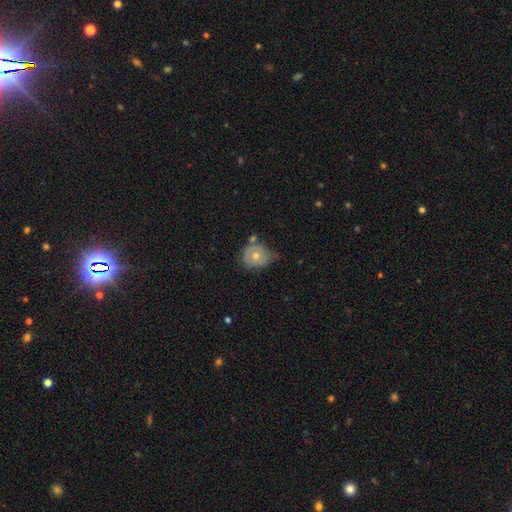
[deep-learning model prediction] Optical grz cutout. It shows a smooth galaxy with no disk features (62%) that is round (73%). Merging: none (46%).